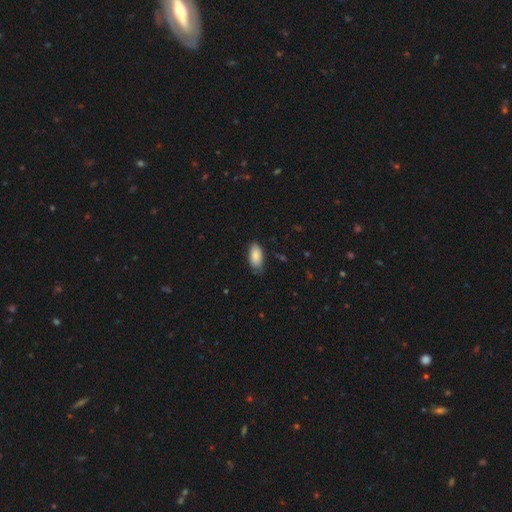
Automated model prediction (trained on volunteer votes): smooth-or-featured: smooth: 85% | featured or disk: 8% | star or artifact: 6%
  how-rounded: in between: 94% | cigar-shaped: 4% | round: 3%
  merging: none: 71% | minor disturbance: 24% | major disturbance: 4% | merger: 1%